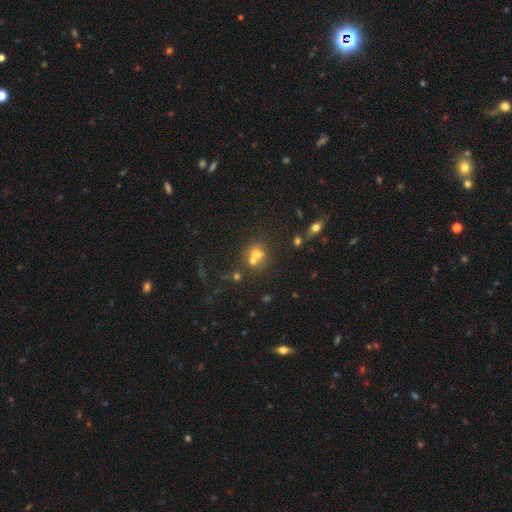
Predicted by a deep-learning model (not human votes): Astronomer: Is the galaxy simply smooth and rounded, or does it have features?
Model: smooth — 61%.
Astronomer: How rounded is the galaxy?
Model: round — 78%.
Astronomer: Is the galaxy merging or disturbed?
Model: merger — 46% (runner-up: none, 42%).